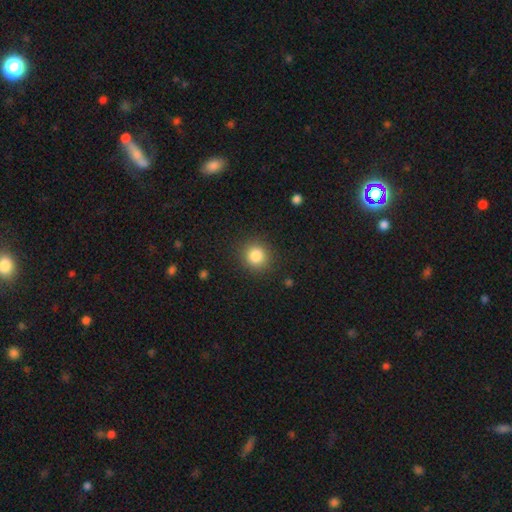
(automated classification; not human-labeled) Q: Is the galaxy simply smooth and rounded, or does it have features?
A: smooth — 84%.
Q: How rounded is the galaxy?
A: round — 89%.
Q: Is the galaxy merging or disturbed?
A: none — 89%.